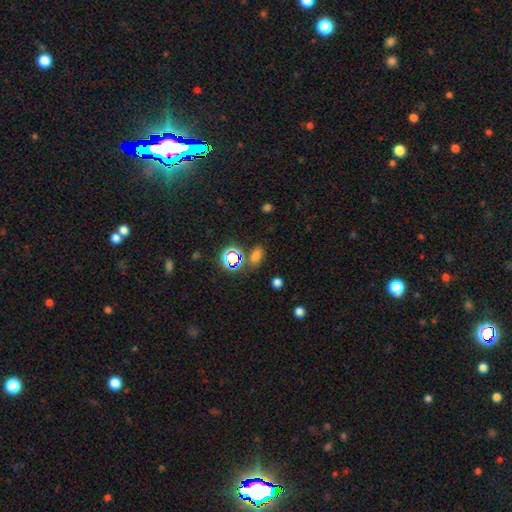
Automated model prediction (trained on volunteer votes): Q: Smooth or featured?
A: smooth (61%); runner-up: star or artifact (31%)
Q: How rounded?
A: in between (77%); runner-up: round (20%)
Q: Merging?
A: none (73%); runner-up: minor disturbance (14%)